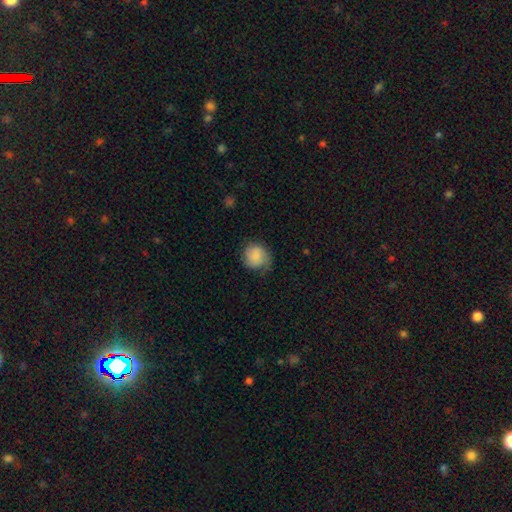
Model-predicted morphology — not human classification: This appears to be a smooth galaxy with no disk features (75%) that is round (78%). Merging: none (56%).